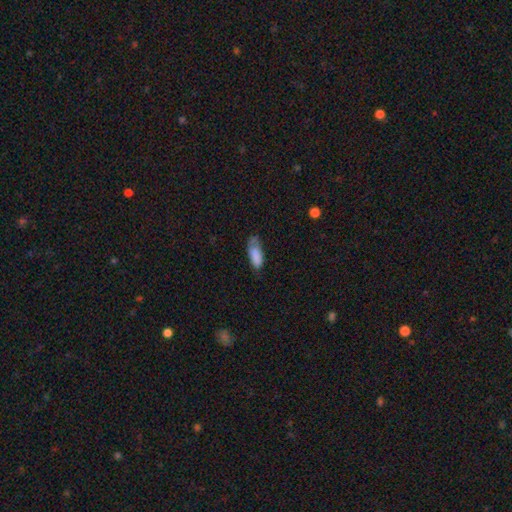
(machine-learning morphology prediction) Smooth or featured? smooth (81%)
How rounded? in between (78%)
Merging? none (43%)